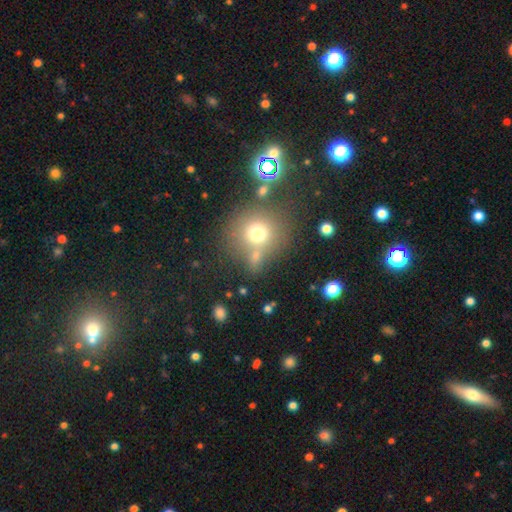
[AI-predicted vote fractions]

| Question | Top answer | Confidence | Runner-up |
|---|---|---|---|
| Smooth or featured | smooth | 65% | star or artifact (23%) |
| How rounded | round | 85% | in between (14%) |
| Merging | none | 64% | merger (19%) |